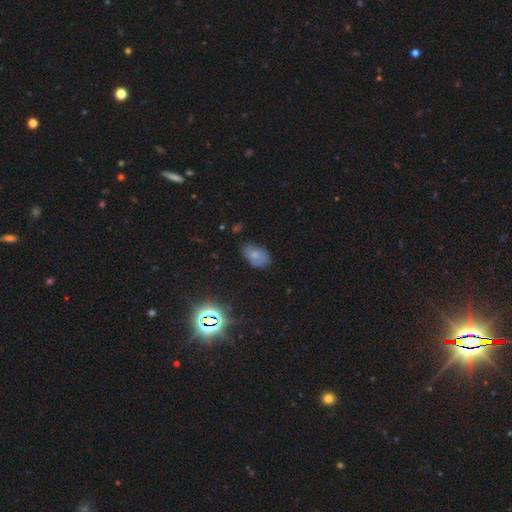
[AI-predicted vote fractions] Morphology: type=smooth (64%); roundness=in between (89%); merging=none (63%).